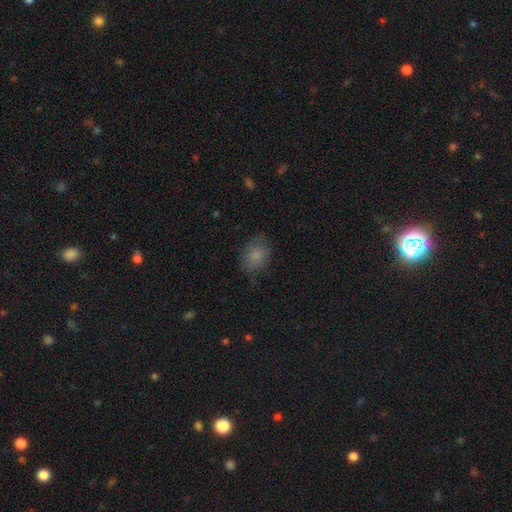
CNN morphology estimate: This appears to be a smooth galaxy with no disk features (81%) that is in between round and cigar-shaped (68%). Merging: none (68%).